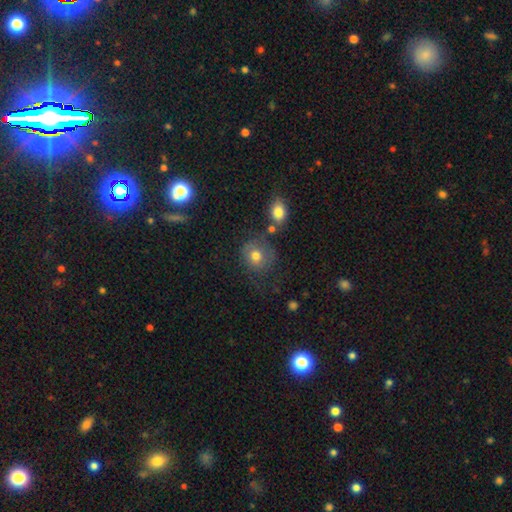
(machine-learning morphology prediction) Smooth or featured: smooth — 74% (featured or disk — 14%)
How rounded: round — 78% (in between — 21%)
Merging: none — 60% (minor disturbance — 19%)